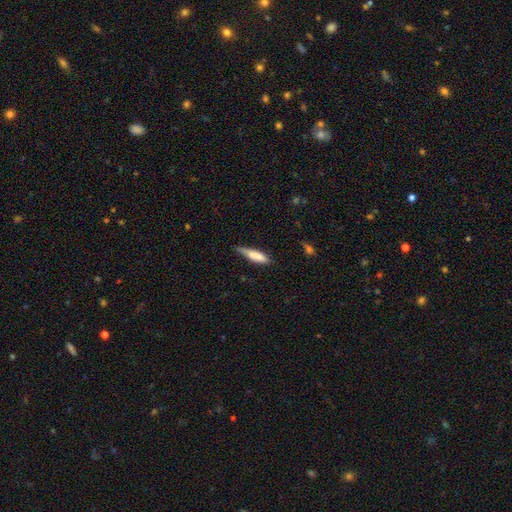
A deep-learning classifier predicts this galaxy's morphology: A smooth galaxy with no disk features (76%) that is cigar-shaped (74%).

Vote fractions:
- Smooth or featured? smooth: 76% / featured or disk: 18% / star or artifact: 6%
- How rounded? cigar-shaped: 74% / in between: 25% / round: 1%
- Merging? none: 59% / minor disturbance: 32% / major disturbance: 6% / merger: 2%